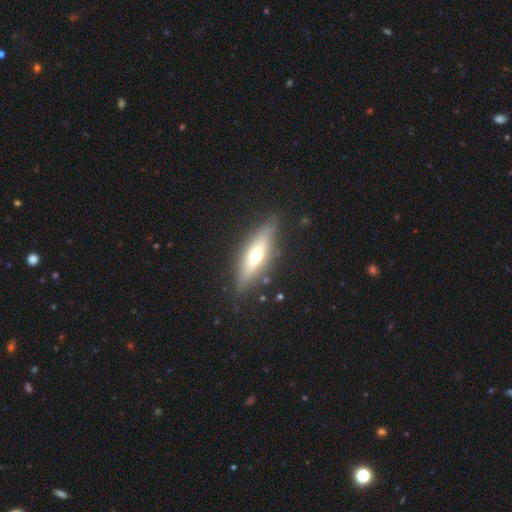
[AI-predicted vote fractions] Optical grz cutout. It shows a featured or disk galaxy (54%) viewed edge-on (84%). Merging: none (83%).